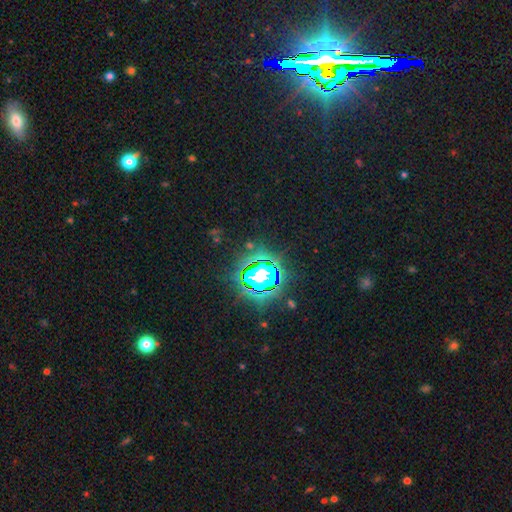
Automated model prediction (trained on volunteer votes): Morphology: type=star or artifact (83%).